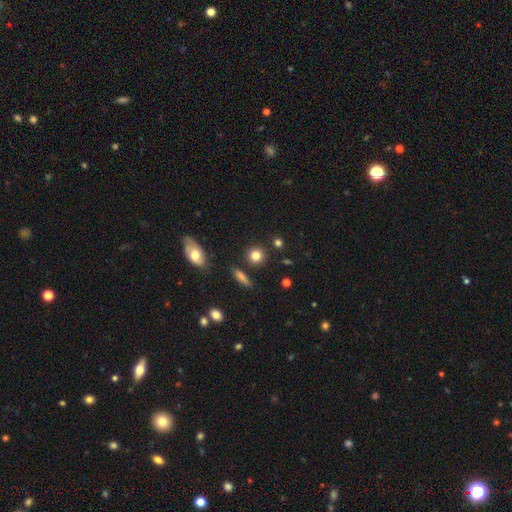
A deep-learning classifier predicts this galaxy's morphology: Smooth or featured? smooth (83%)
How rounded? round (85%)
Merging? none (85%)